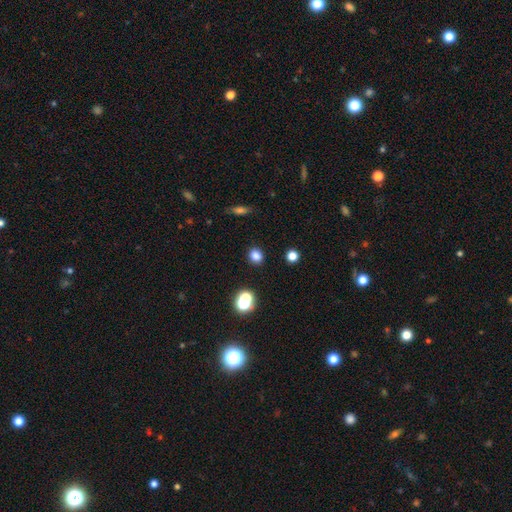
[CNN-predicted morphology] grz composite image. It shows a smooth galaxy with no disk features (81%) that is round (67%). Merging: none (87%).